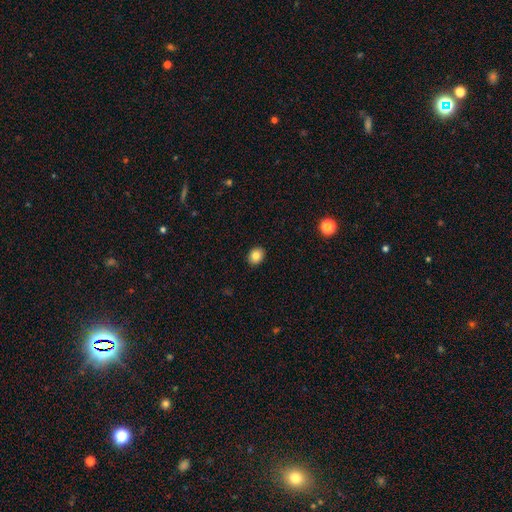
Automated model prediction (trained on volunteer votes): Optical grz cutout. It shows a smooth galaxy with no disk features (83%) that is in between round and cigar-shaped (53%). Merging: none (90%).